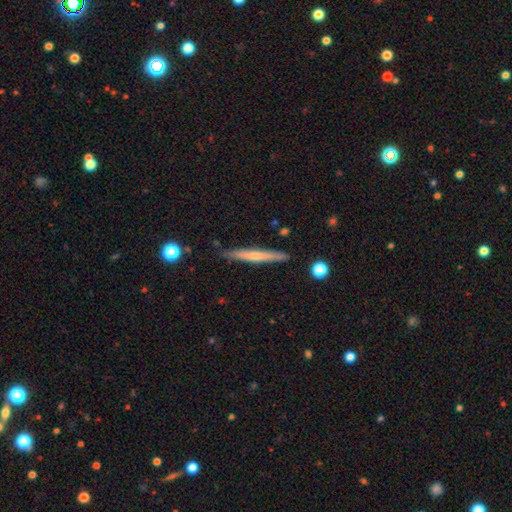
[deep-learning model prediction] Smooth or featured?
  - smooth: 49% *
  - featured or disk: 45%
  - star or artifact: 6%
Merging?
  - none: 86% *
  - minor disturbance: 10%
  - merger: 2%
  - major disturbance: 2%